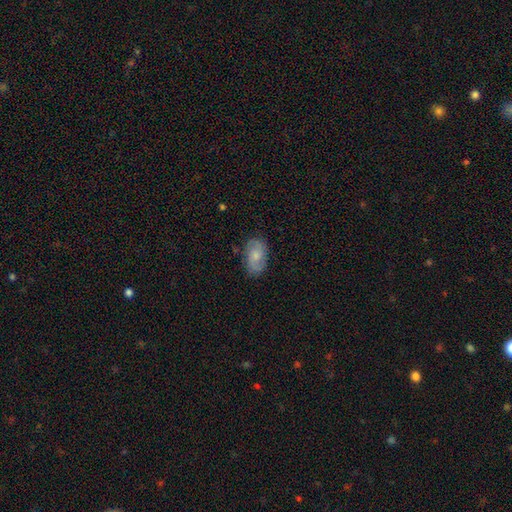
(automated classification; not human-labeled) A smooth galaxy with no disk features (49%). Merging: none (78%).